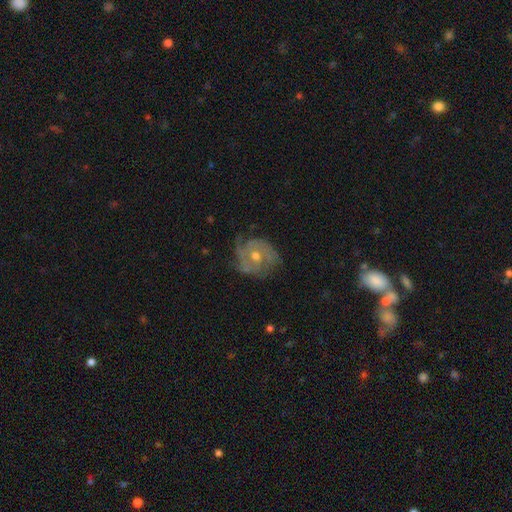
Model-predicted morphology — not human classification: A featured or disk galaxy (73%) with no bar (76%), tight (52%) spiral arms (84%) and a moderate central bulge (63%). Merging: none (65%).